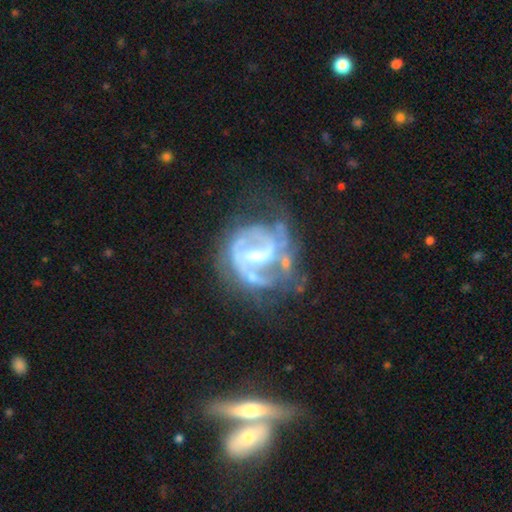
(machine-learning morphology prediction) Smooth or featured: featured or disk — 87% (smooth — 7%)
Edge-on disk: no — 98% (yes — 2%)
Bar: weak — 52% (strong — 27%)
Spiral arms: yes — 89% (no — 11%)
Spiral winding: medium — 44% (tight — 41%)
Spiral arm count: 2 — 54% (can't tell — 20%)
Bulge size: moderate — 48% (small — 42%)
Merging: none — 44% (major disturbance — 27%)